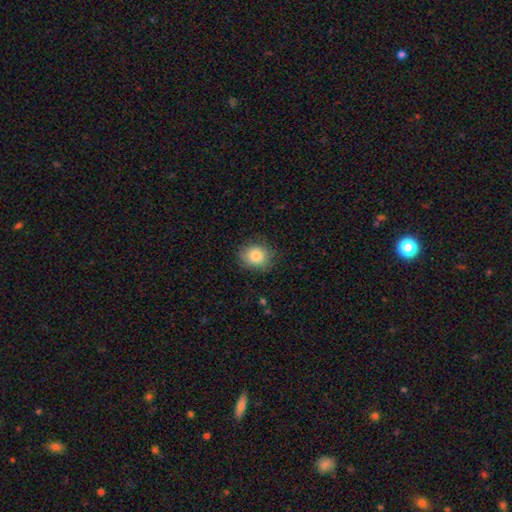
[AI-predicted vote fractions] Overall: smooth (83%). How rounded: round (69%; in between 30%). Merging: none (81%).